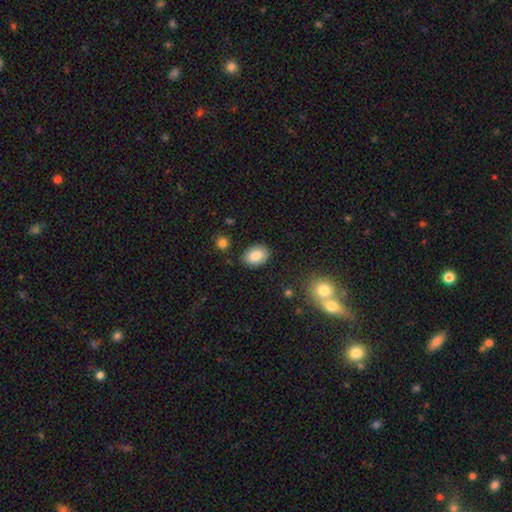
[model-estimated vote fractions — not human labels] This appears to be a smooth galaxy with no disk features (85%) that is in between round and cigar-shaped (84%). Merging: none (85%).